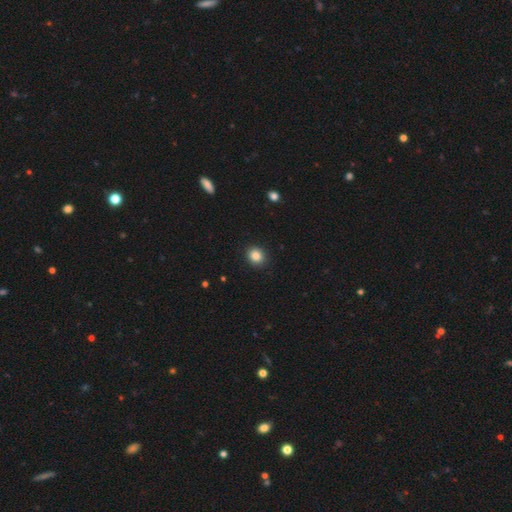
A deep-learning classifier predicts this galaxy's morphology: smooth-or-featured: smooth: 86% | star or artifact: 10% | featured or disk: 4%
  how-rounded: round: 70% | in between: 29% | cigar-shaped: 1%
  merging: none: 90% | minor disturbance: 7% | major disturbance: 2% | merger: 1%